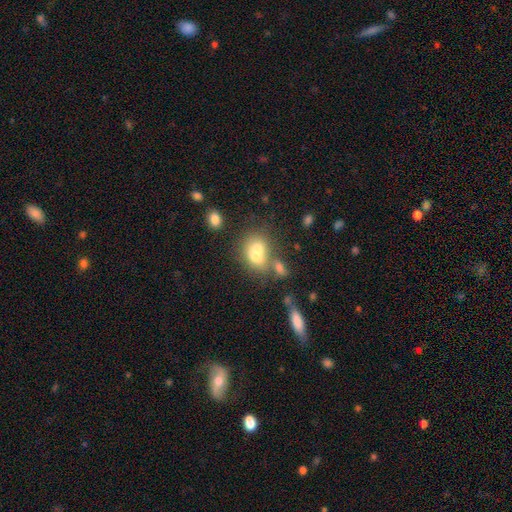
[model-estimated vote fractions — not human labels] A smooth galaxy with no disk features (67%) that is in between round and cigar-shaped (54%). Merging: merger (60%).